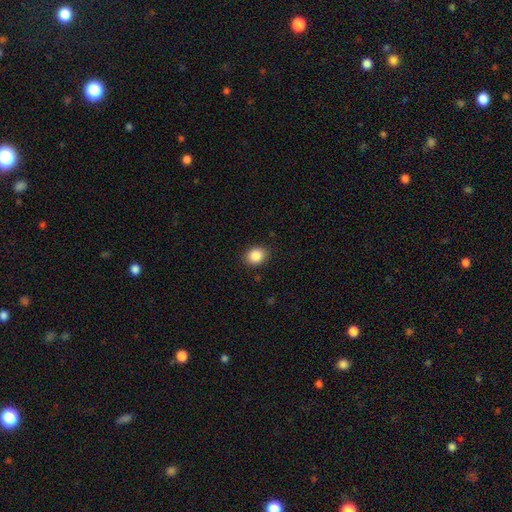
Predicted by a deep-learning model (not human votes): smooth-or-featured: smooth: 87% | star or artifact: 9% | featured or disk: 4%
  how-rounded: round: 56% | in between: 43% | cigar-shaped: 1%
  merging: none: 88% | minor disturbance: 9% | major disturbance: 2% | merger: 1%